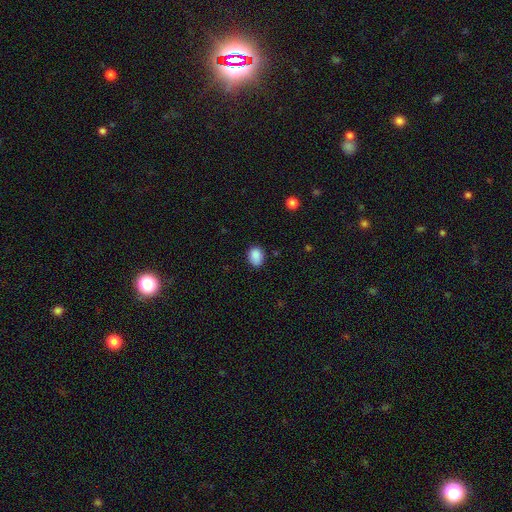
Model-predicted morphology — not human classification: smooth_or_featured: smooth (p=0.87) [alt: star or artifact p=0.09]
how_rounded: in between (p=0.54) [alt: round p=0.45]
merging: none (p=0.77) [alt: minor disturbance p=0.18]